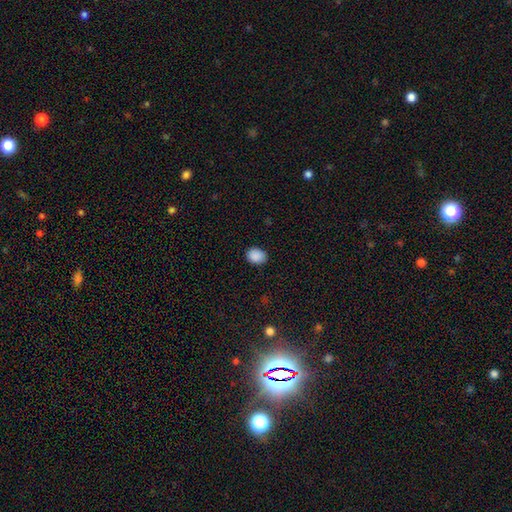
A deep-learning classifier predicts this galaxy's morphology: smooth 89%, star or artifact 8%, featured or disk 3%. Down the decision tree: how rounded — in between (57%); merging — none (87%).